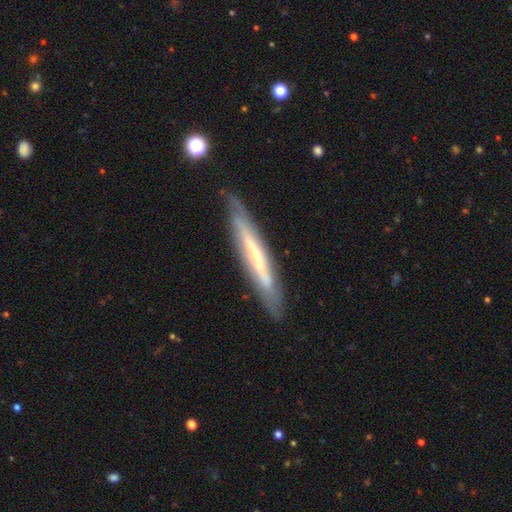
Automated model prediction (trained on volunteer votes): Overall: featured or disk (63%; smooth 30%). Edge-on disk: yes (79%). Edge-on bulge: none (65%). Merging: none (80%).